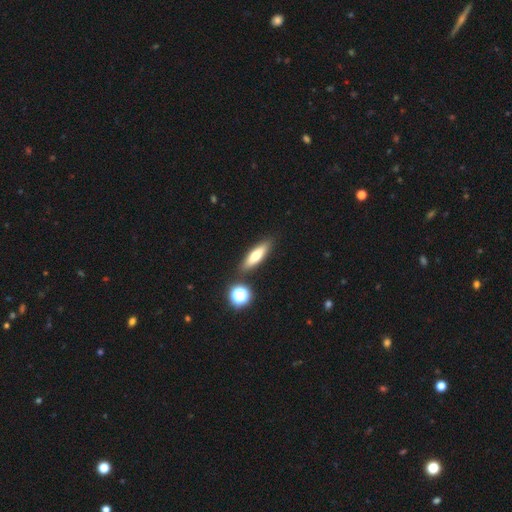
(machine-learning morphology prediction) Overall: smooth (64%; featured or disk 27%). How rounded: cigar-shaped (59%; in between 38%). Merging: none (84%).